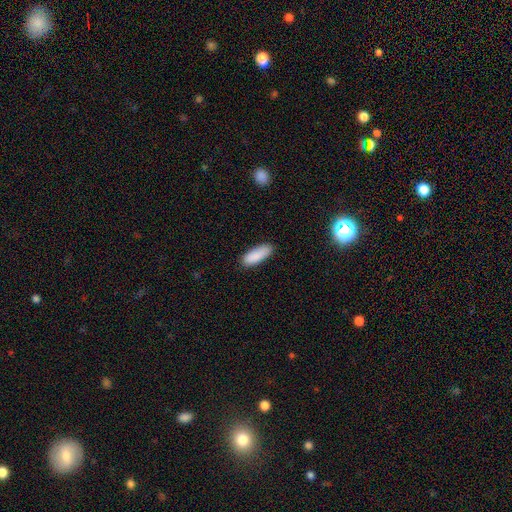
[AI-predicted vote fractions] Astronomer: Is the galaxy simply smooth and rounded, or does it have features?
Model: smooth — 90%.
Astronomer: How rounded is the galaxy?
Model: in between — 68%.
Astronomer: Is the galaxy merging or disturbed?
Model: none — 84%.